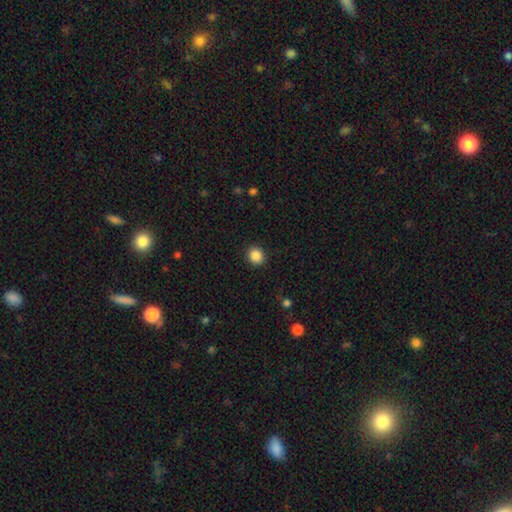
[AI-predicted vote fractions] Smooth or featured? smooth (88%)
How rounded? round (81%)
Merging? none (91%)